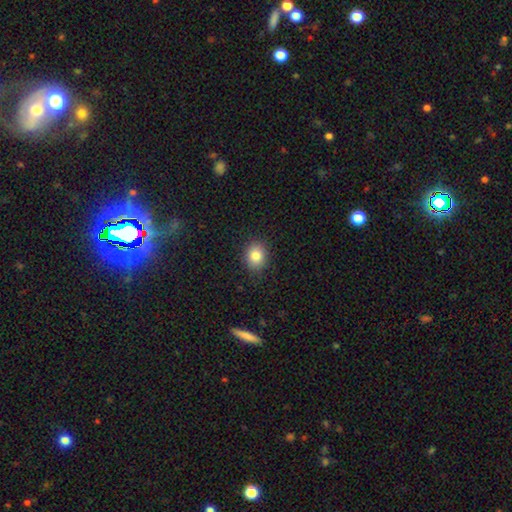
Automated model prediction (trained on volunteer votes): This appears to be a smooth galaxy with no disk features (82%) that is round (63%). Merging: none (88%).